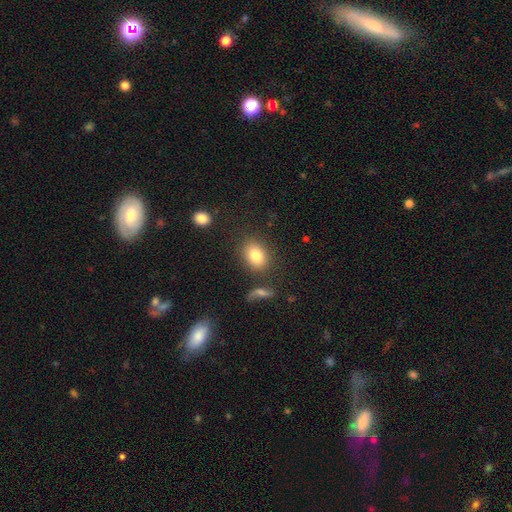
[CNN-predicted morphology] This is clearly a smooth galaxy (81%). How rounded: likely in between (65%). Merging: clearly none (80%).